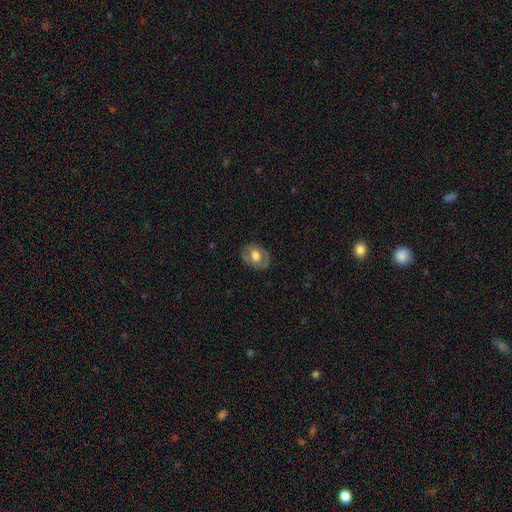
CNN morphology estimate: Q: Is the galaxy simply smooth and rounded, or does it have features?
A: smooth — 52%.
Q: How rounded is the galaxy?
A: in between — 64%.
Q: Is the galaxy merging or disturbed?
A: none — 80%.